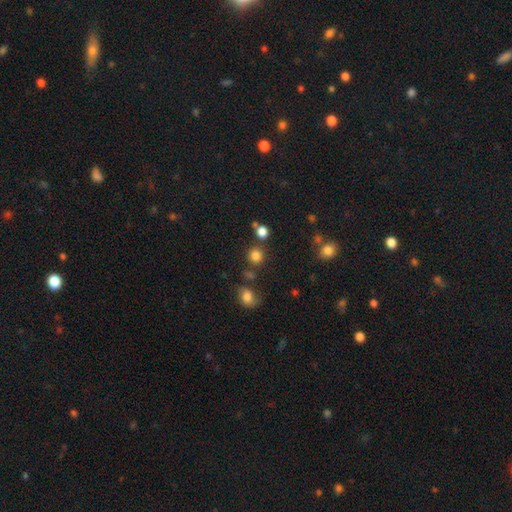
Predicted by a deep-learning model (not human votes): Smooth or featured? Predicted: smooth (p=0.80). How rounded? Predicted: round (p=0.89). Merging? Predicted: none (p=0.78).